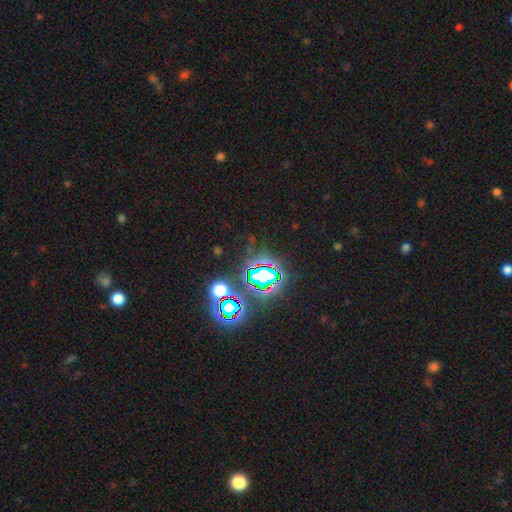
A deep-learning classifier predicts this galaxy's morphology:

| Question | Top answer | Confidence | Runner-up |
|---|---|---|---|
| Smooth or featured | star or artifact | 80% | smooth (13%) |